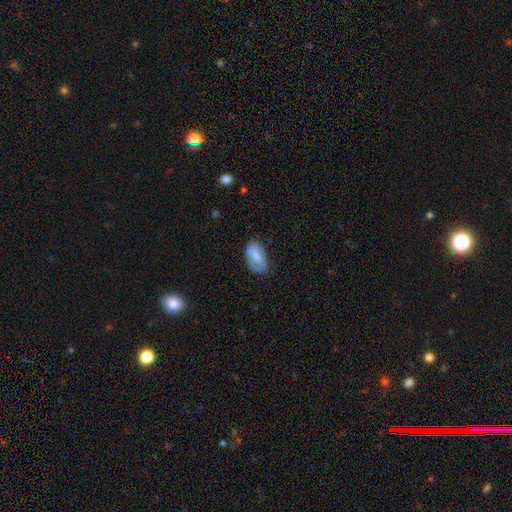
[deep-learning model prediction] Q: Smooth or featured?
A: smooth (66%); runner-up: featured or disk (27%)
Q: How rounded?
A: in between (93%); runner-up: round (5%)
Q: Merging?
A: none (62%); runner-up: minor disturbance (27%)